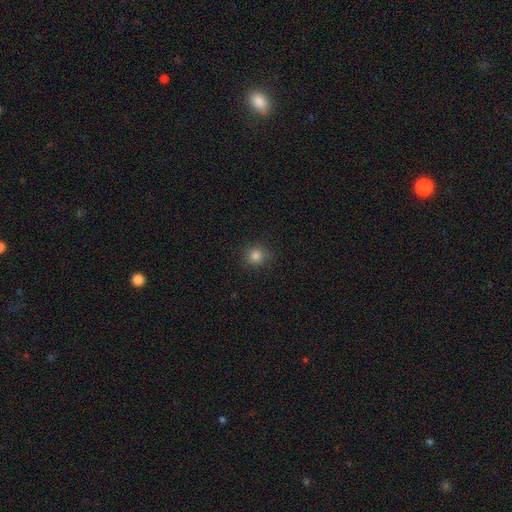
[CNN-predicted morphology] A smooth galaxy with no disk features (83%) that is round (90%). Merging: none (88%).